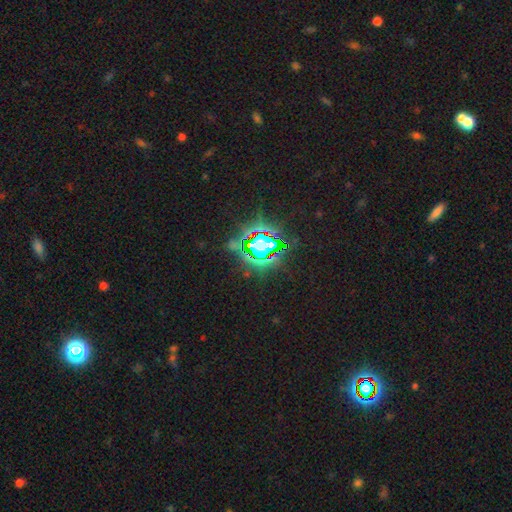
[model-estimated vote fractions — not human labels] The model was most divided on "smooth or featured": star or artifact: 83%, smooth: 9%, featured or disk: 7%.